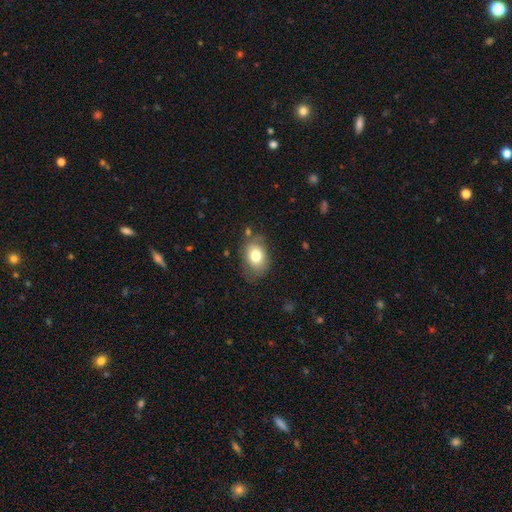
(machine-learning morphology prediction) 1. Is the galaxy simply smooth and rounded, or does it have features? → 76% smooth, 15% featured or disk, 9% star or artifact.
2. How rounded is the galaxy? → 72% in between, 27% round, 1% cigar-shaped.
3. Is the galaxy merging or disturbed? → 70% none, 21% minor disturbance, 6% major disturbance, 3% merger.